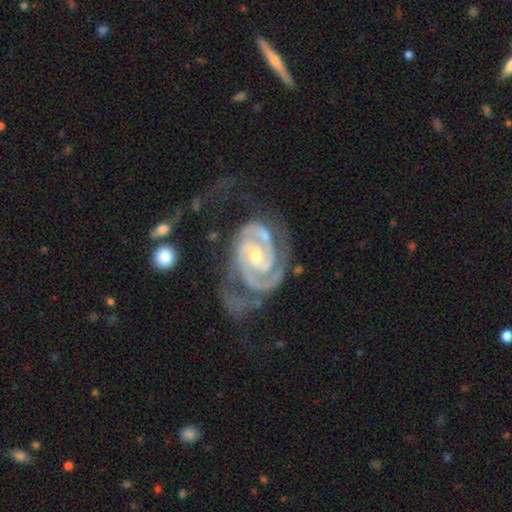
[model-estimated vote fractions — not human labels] This appears to be a featured or disk galaxy (93%) with no bar (50%), 2 (77%) tight (63%) spiral arms (98%) and a small central bulge (58%). Merging: none (47%).